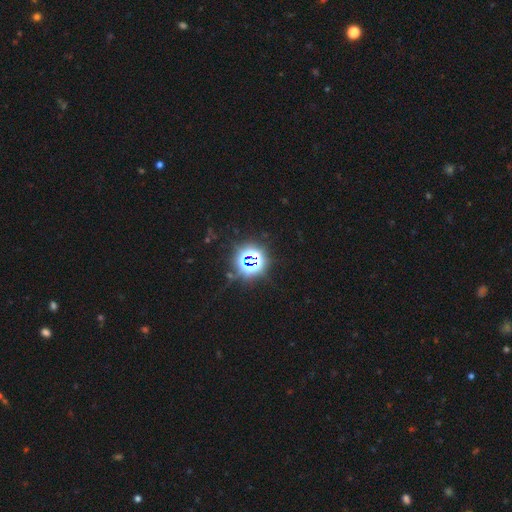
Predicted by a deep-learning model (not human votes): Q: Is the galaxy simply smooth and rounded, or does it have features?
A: star or artifact — 78%.